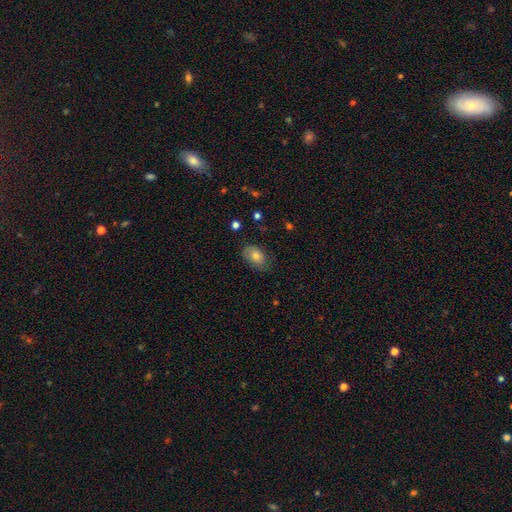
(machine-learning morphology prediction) type=smooth (65%); roundness=in between (84%); merging=none (71%).